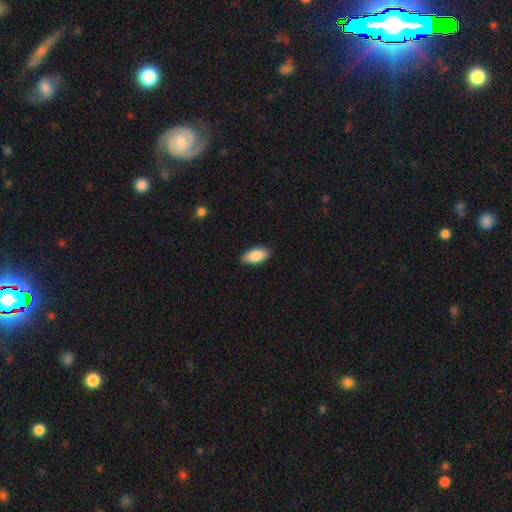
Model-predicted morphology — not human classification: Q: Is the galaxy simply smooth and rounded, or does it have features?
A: smooth — 86%.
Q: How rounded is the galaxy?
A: in between — 91%.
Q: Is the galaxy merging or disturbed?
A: none — 86%.